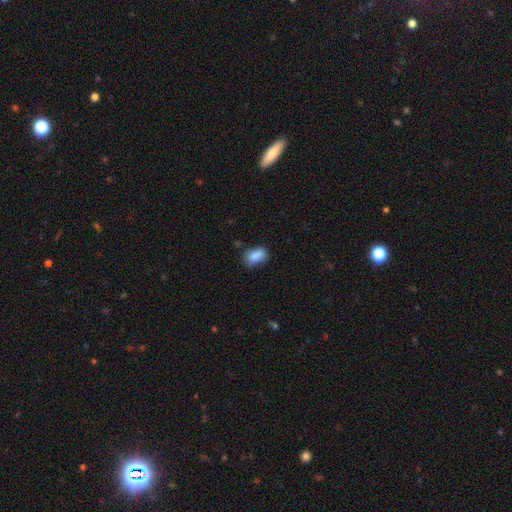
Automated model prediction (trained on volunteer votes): smooth 86%, star or artifact 8%, featured or disk 6%. Down the decision tree: how rounded — in between (85%); merging — none (66%).